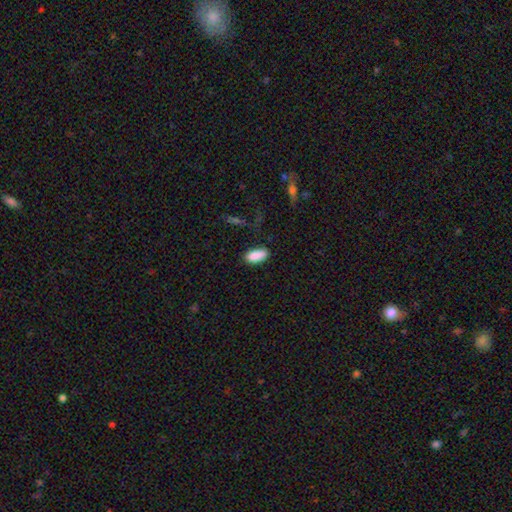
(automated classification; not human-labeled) The model was most divided on "merging": none: 76%, minor disturbance: 18%, major disturbance: 4%, merger: 2%. More confident: smooth or featured — smooth (88%); how rounded — in between (87%).